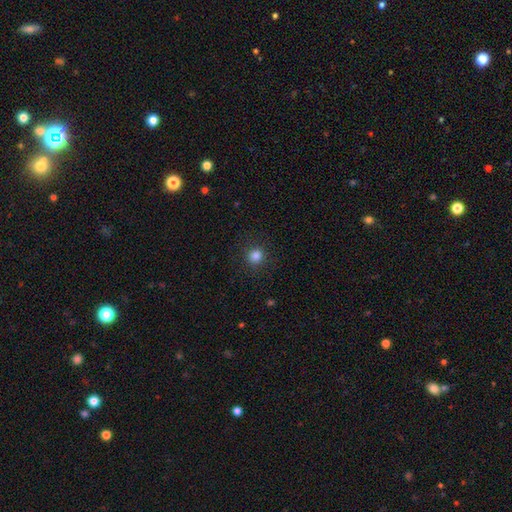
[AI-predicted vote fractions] The model was most divided on "smooth or featured": smooth: 84%, star or artifact: 12%, featured or disk: 4%. More confident: how rounded — round (92%); merging — none (90%).